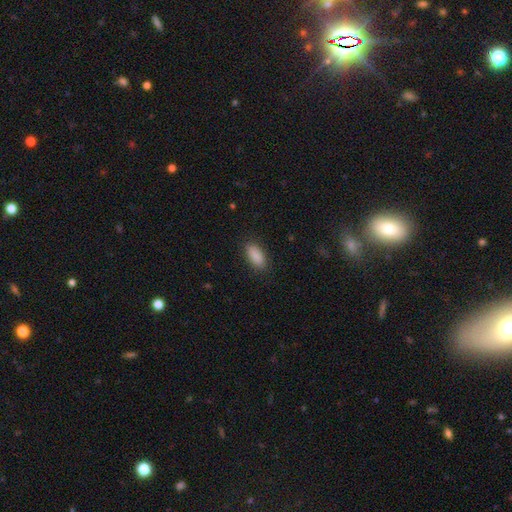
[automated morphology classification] Smooth or featured? smooth (90%)
How rounded? in between (89%)
Merging? none (87%)